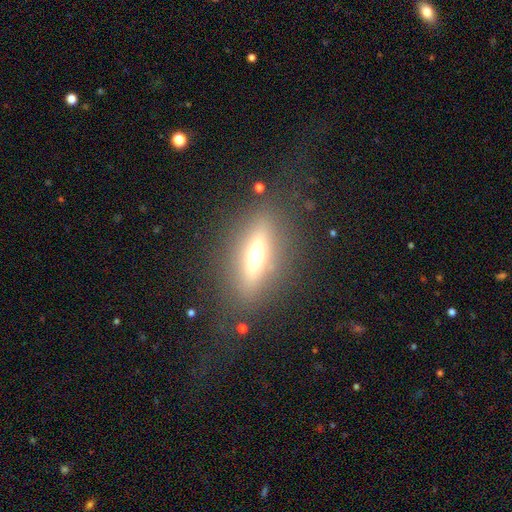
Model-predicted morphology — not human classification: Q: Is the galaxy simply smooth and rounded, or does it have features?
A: featured or disk — 48%.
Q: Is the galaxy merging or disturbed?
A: none — 83%.